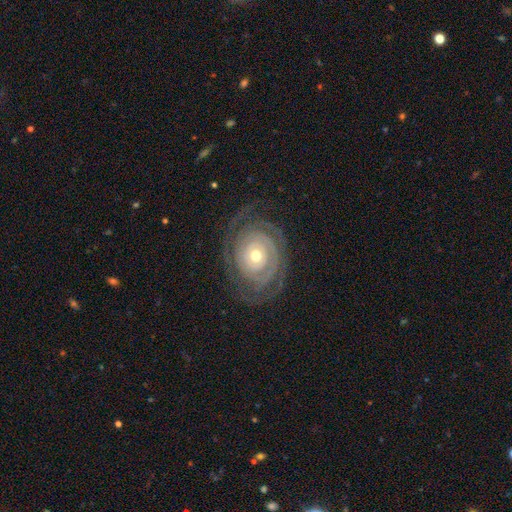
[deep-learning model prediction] This appears to be a featured or disk galaxy (85%) with no bar (82%), tight (83%) spiral arms (90%) and a moderate central bulge (58%). Merging: none (75%).